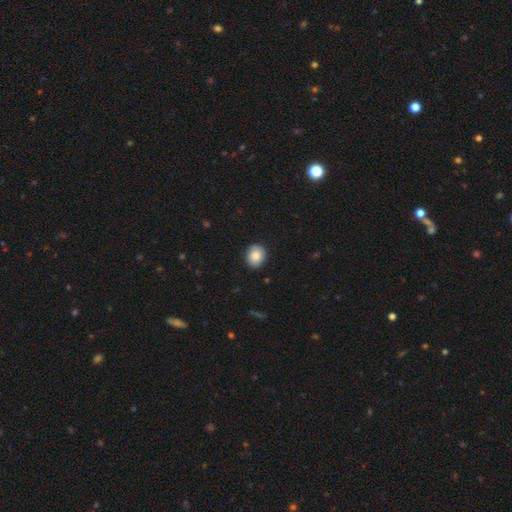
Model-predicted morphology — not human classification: Q: Smooth or featured?
A: smooth (84%); runner-up: star or artifact (8%)
Q: How rounded?
A: round (72%); runner-up: in between (27%)
Q: Merging?
A: none (88%); runner-up: minor disturbance (9%)